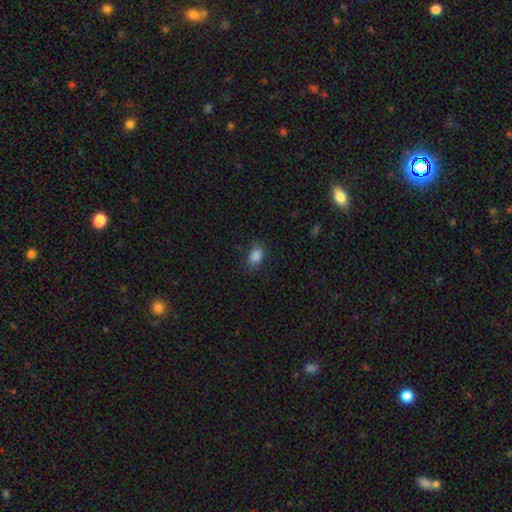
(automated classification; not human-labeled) smooth 86%, star or artifact 10%, featured or disk 4%. Down the decision tree: how rounded — in between (84%); merging — none (74%).